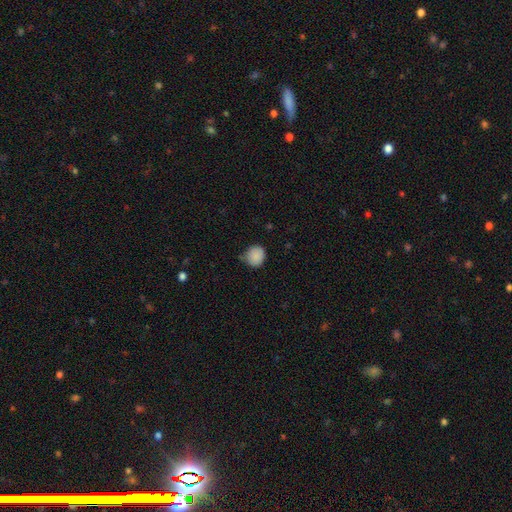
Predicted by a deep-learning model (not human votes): Smooth or featured?
  - smooth: 88% *
  - star or artifact: 8%
  - featured or disk: 4%
How rounded?
  - round: 85% *
  - in between: 14%
  - cigar-shaped: 1%
Merging?
  - none: 68% *
  - minor disturbance: 25%
  - major disturbance: 4%
  - merger: 3%